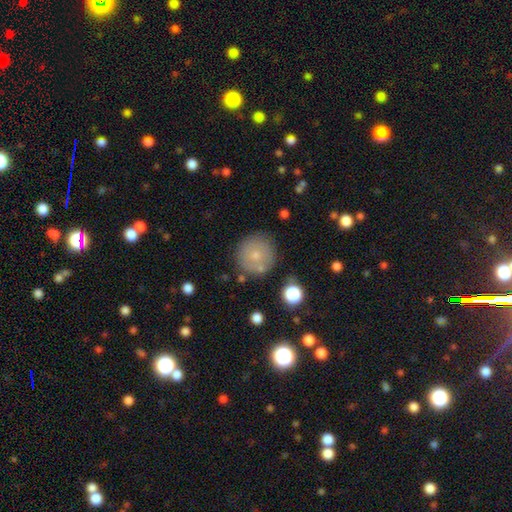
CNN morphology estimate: A smooth galaxy with no disk features (70%) that is round (95%). Merging: none (80%).